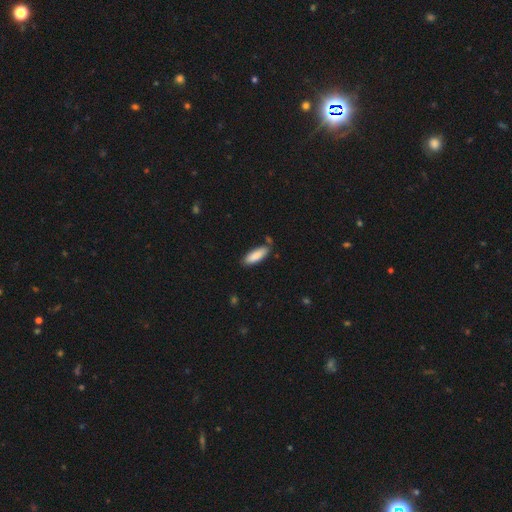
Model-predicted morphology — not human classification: smooth_or_featured: smooth (p=0.87) [alt: featured or disk p=0.07]
how_rounded: in between (p=0.59) [alt: cigar-shaped p=0.39]
merging: none (p=0.78) [alt: minor disturbance p=0.15]